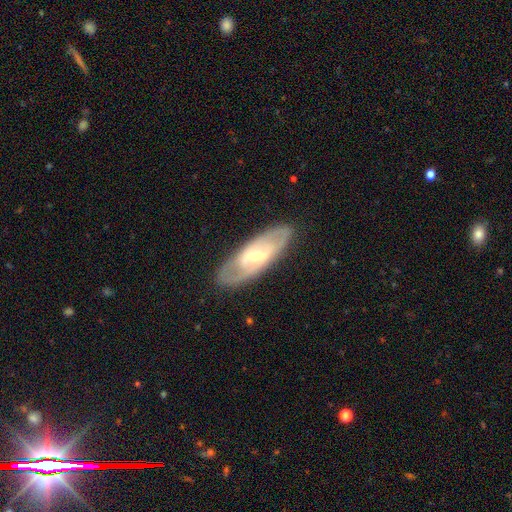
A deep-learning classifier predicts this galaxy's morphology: smooth-or-featured: featured or disk: 72% | smooth: 23% | star or artifact: 5%
  disk-edge-on: no: 83% | yes: 17%
    bar: weak: 41% | strong: 35% | no: 24%
    has-spiral-arms: yes: 65% | no: 35%
    bulge-size: small: 54% | moderate: 41% | large: 3% | none: 1% | dominant: 1%
  merging: none: 83% | minor disturbance: 12% | major disturbance: 4% | merger: 1%